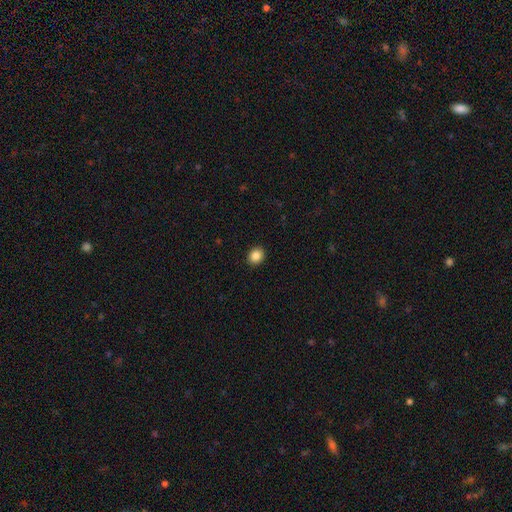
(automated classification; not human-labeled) This appears to be a smooth galaxy with no disk features (86%) that is round (63%). Merging: none (92%).